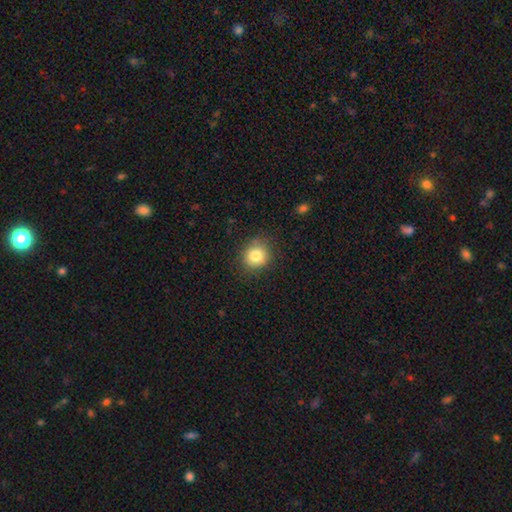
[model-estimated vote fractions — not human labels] Smooth or featured? Predicted: smooth (p=0.82). How rounded? Predicted: round (p=0.83). Merging? Predicted: none (p=0.83).